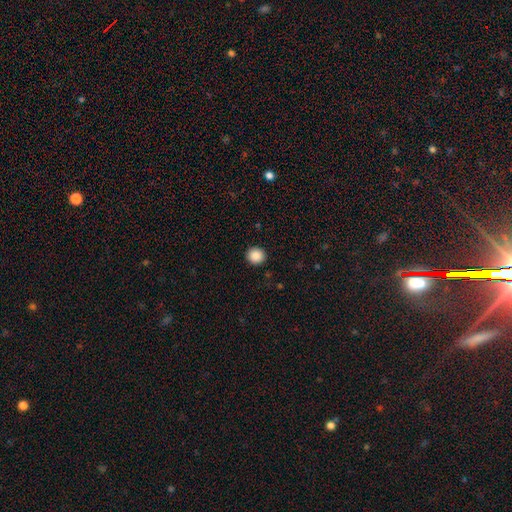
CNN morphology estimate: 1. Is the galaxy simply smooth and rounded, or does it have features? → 89% smooth, 9% star or artifact, 2% featured or disk.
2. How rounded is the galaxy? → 87% round, 12% in between, 1% cigar-shaped.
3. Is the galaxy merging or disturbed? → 92% none, 5% minor disturbance, 2% major disturbance, 1% merger.